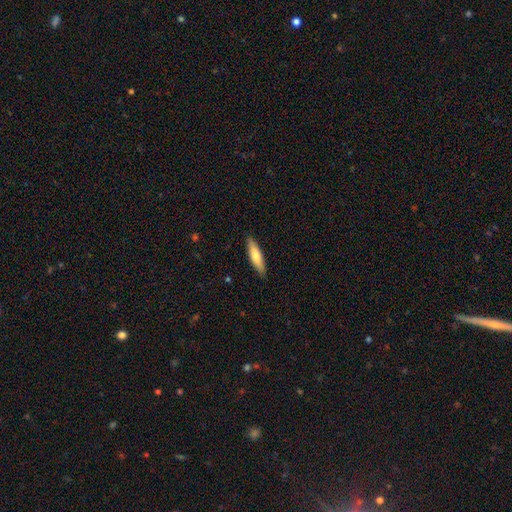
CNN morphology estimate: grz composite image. It shows a smooth galaxy with no disk features (71%) that is cigar-shaped (73%). Merging: none (89%).